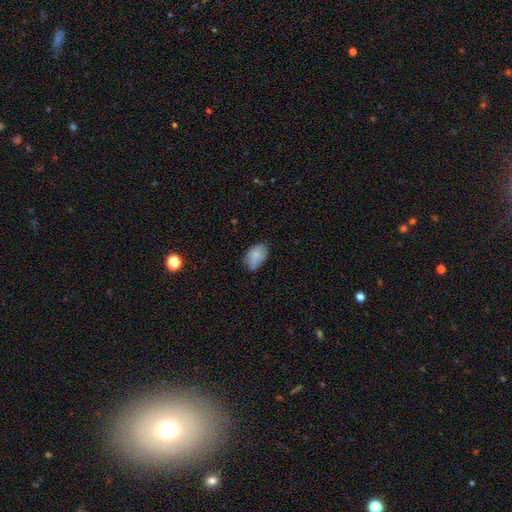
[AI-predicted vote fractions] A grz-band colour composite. It shows a smooth galaxy with no disk features (81%) that is in between round and cigar-shaped (89%). Merging: none (59%).